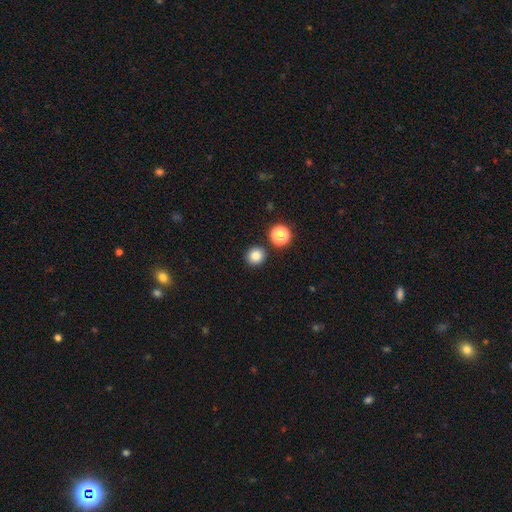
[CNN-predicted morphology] A smooth galaxy with no disk features (83%) that is round (92%). Merging: none (88%).